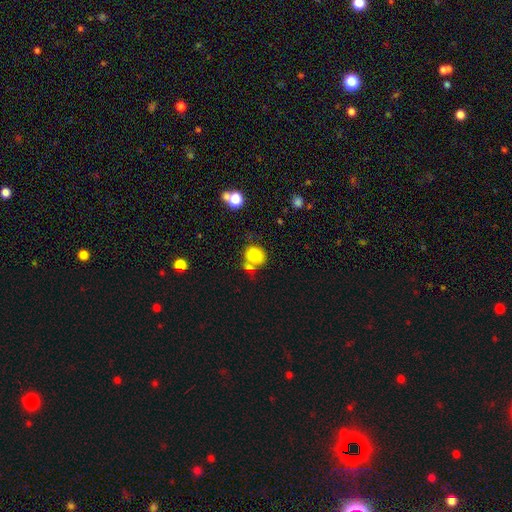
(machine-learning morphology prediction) smooth_or_featured: smooth (p=0.82) [alt: star or artifact p=0.11]
how_rounded: round (p=0.75) [alt: in between p=0.25]
merging: none (p=0.59) [alt: merger p=0.20]